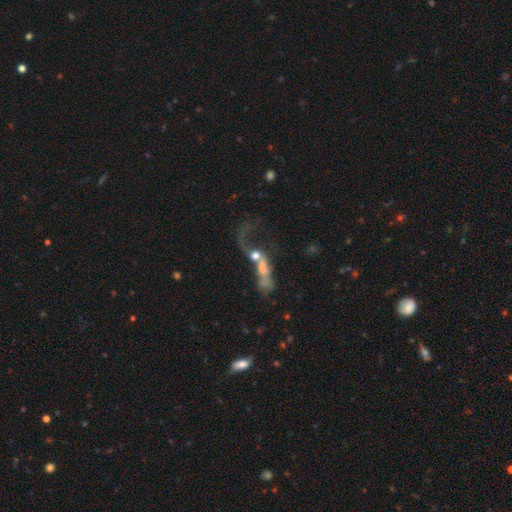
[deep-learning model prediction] Smooth or featured? Predicted: featured or disk (p=0.52). Edge-on disk? Predicted: no (p=0.89). Merging? Predicted: merger (p=0.57).